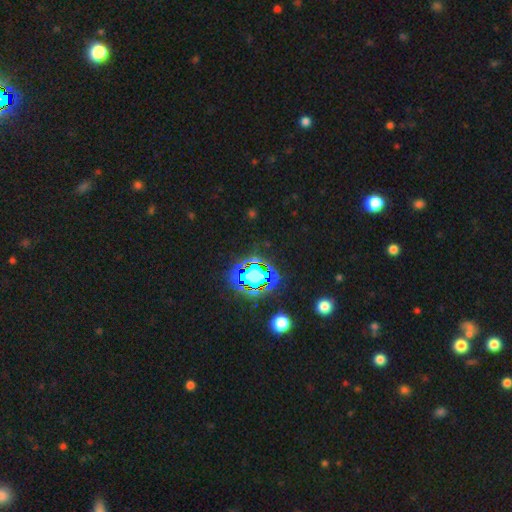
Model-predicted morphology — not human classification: The model was most divided on "smooth or featured": star or artifact: 81%, smooth: 13%, featured or disk: 7%.